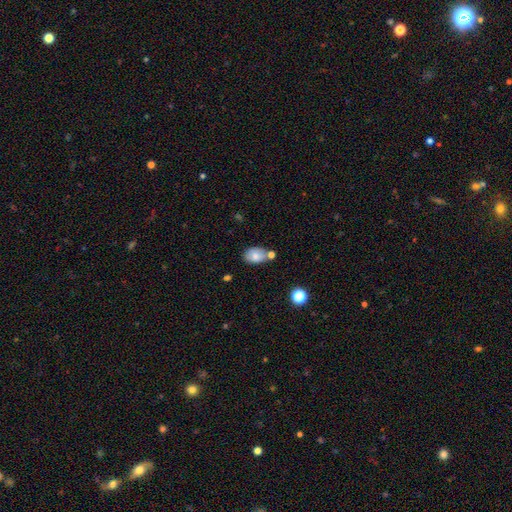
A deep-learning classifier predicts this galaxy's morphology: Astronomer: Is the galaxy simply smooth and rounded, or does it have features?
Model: smooth — 79%.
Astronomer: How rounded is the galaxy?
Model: in between — 87%.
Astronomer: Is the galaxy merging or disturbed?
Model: none — 60%.